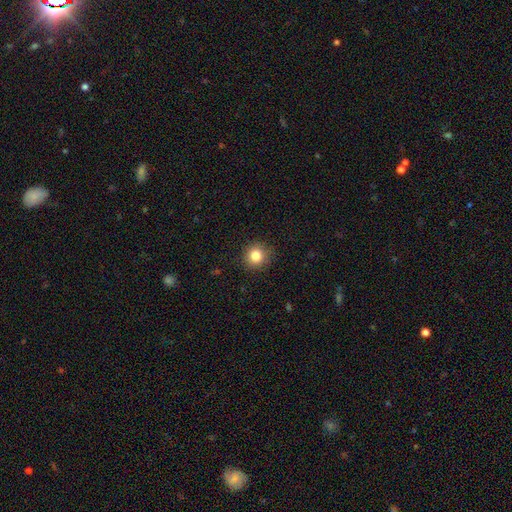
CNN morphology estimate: smooth_or_featured: smooth (p=0.84) [alt: star or artifact p=0.11]
how_rounded: round (p=0.91) [alt: in between p=0.08]
merging: none (p=0.89) [alt: minor disturbance p=0.07]